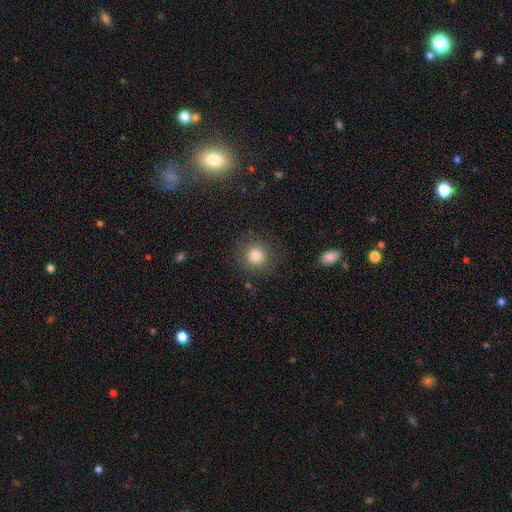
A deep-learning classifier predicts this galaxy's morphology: Smooth or featured? Predicted: smooth (p=0.80). How rounded? Predicted: round (p=0.92). Merging? Predicted: none (p=0.85).